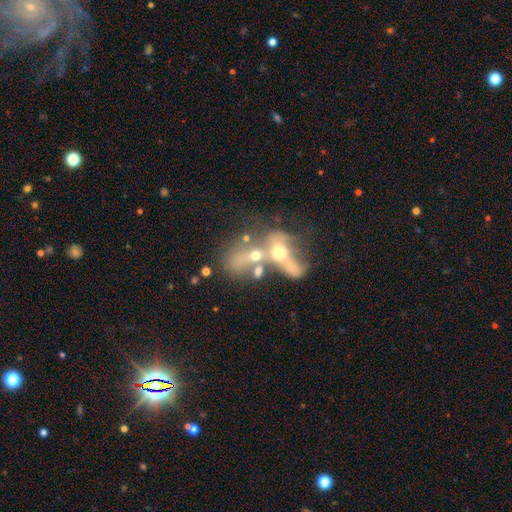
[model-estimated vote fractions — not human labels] Smooth or featured? Predicted: smooth (p=0.42). Merging? Predicted: merger (p=0.71).